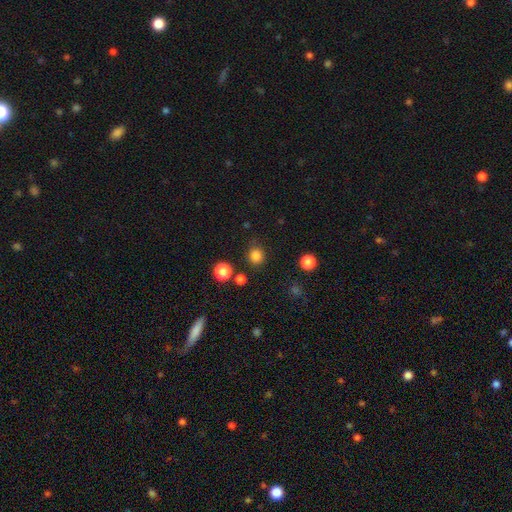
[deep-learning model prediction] This is clearly a smooth galaxy (82%). How rounded: clearly round (87%). Merging: clearly none (82%).